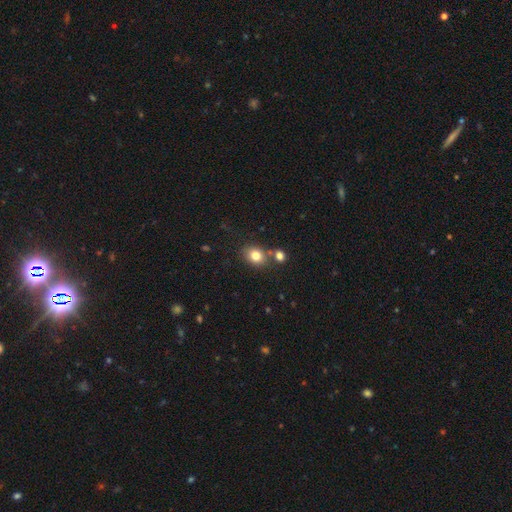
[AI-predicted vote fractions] This is likely a smooth galaxy (79%). How rounded: possibly round (54%). Merging: likely none (66%).